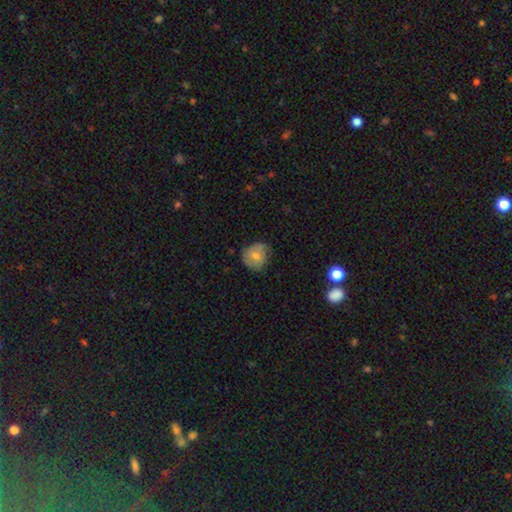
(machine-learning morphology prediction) smooth 64%, featured or disk 28%, star or artifact 8%. Down the decision tree: how rounded — round (73%); merging — none (63%).